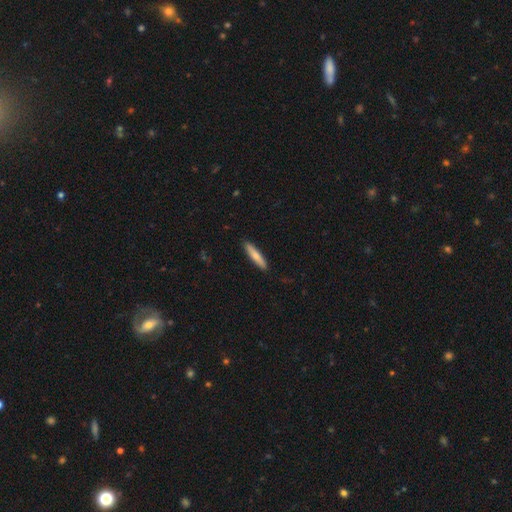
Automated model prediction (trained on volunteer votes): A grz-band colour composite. It shows a smooth galaxy with no disk features (73%) that is cigar-shaped (87%). Merging: none (90%).